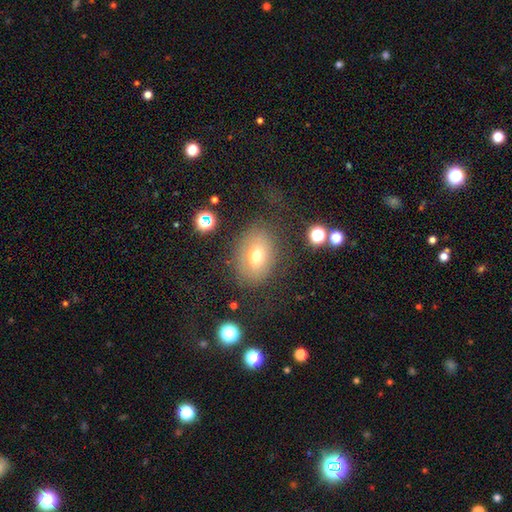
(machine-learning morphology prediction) A smooth galaxy with no disk features (63%) that is in between round and cigar-shaped (64%). Merging: none (69%).